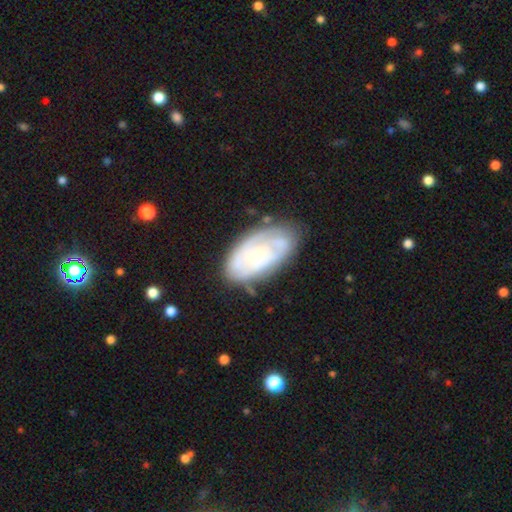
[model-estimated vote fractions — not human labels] Smooth or featured? Predicted: featured or disk (p=0.71). Edge-on disk? Predicted: no (p=0.95). Bar? Predicted: no (p=0.64). Spiral arms? Predicted: yes (p=0.87). Spiral winding? Predicted: tight (p=0.69). Spiral arm count? Predicted: can't tell (p=0.45). Bulge size? Predicted: small (p=0.70). Merging? Predicted: none (p=0.72).